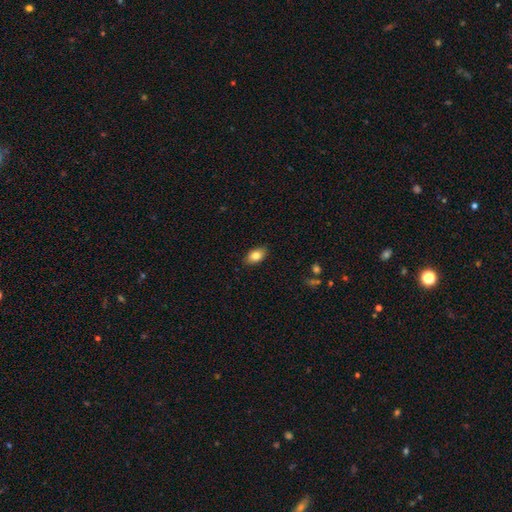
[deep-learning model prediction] A smooth galaxy with no disk features (83%) that is in between round and cigar-shaped (90%). Merging: none (88%).